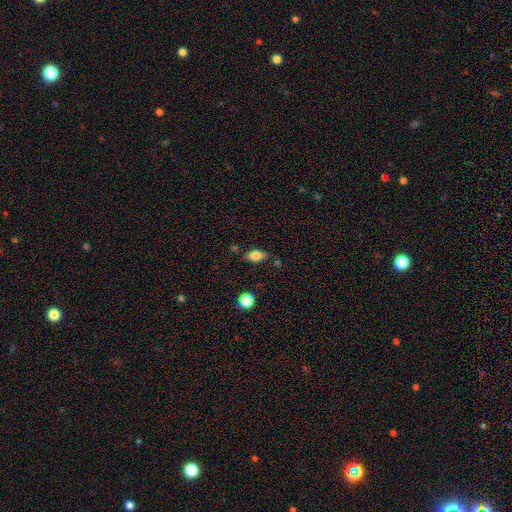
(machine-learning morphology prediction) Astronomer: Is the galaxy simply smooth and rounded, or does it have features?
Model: smooth — 78%.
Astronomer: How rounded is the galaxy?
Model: in between — 84%.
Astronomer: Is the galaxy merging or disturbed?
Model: none — 77%.